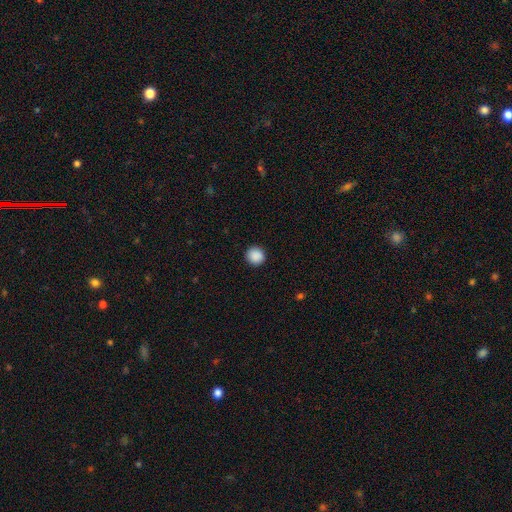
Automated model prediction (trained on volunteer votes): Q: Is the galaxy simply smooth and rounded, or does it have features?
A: smooth — 90%.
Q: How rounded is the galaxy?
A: round — 93%.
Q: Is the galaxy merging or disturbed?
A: none — 92%.